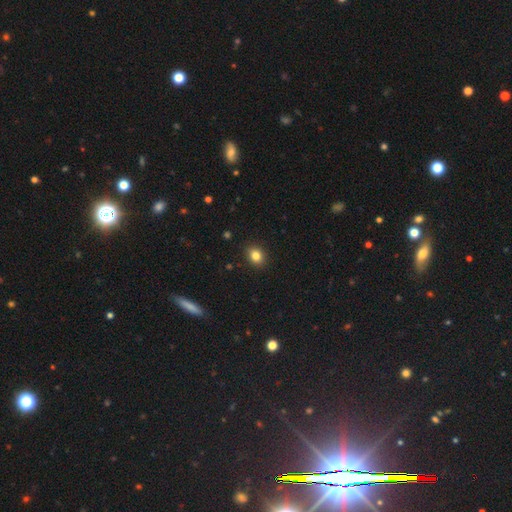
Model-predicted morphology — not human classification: Smooth or featured? smooth (83%)
How rounded? round (55%)
Merging? none (90%)